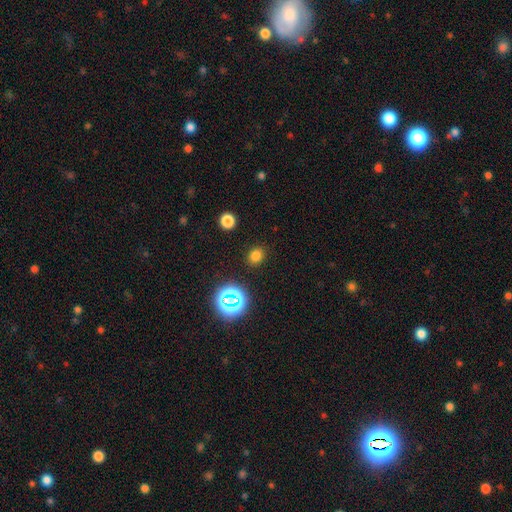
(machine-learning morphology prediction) smooth 74%, star or artifact 21%, featured or disk 5%. Down the decision tree: how rounded — round (70%); merging — none (88%).